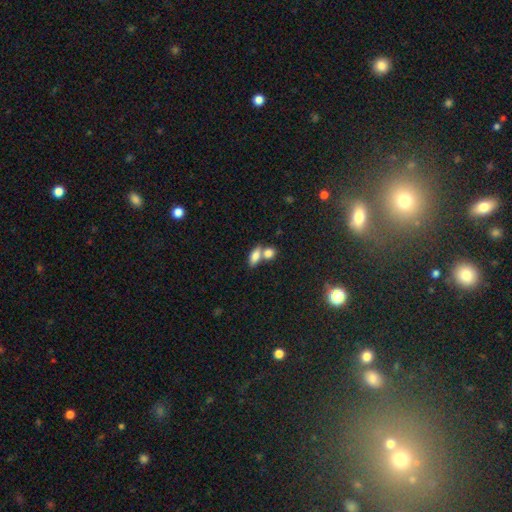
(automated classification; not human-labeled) This appears to be a smooth galaxy with no disk features (78%) that is in between round and cigar-shaped (79%). Merging: merger (51%).